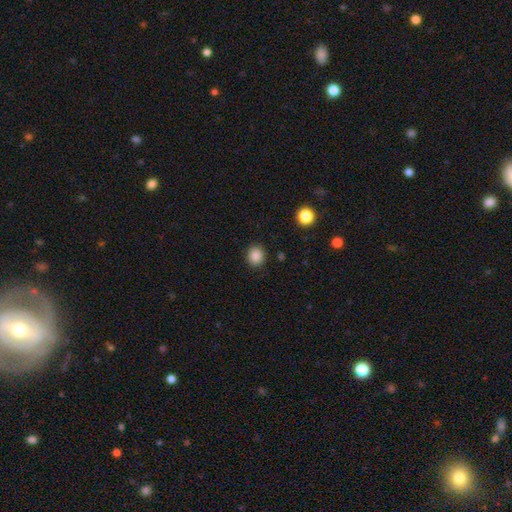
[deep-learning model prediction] This is clearly a smooth galaxy (87%). How rounded: likely round (78%). Merging: clearly none (88%).